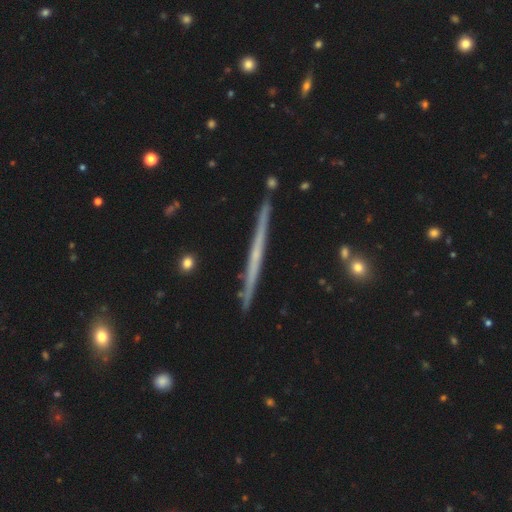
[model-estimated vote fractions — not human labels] featured or disk 70%, smooth 24%, star or artifact 6%. Down the decision tree: edge-on disk — yes (98%); edge-on bulge — none (79%); merging — none (91%).